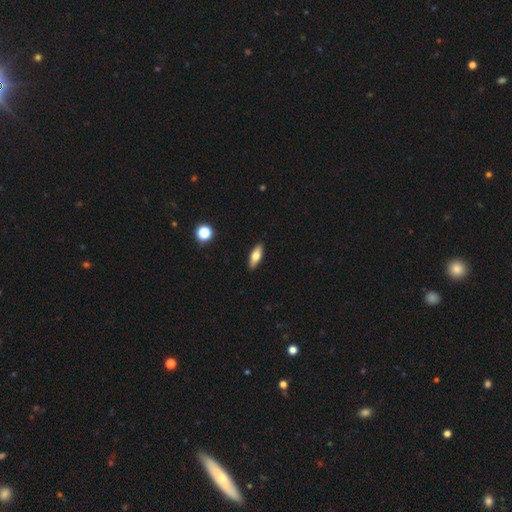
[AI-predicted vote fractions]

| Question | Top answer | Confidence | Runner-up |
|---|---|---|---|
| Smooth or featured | smooth | 70% | featured or disk (23%) |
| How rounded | in between | 67% | cigar-shaped (30%) |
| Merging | none | 90% | minor disturbance (7%) |